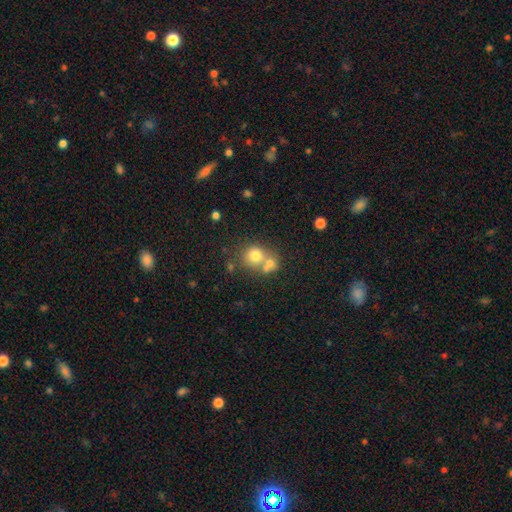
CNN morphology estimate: The model was most divided on "merging": merger: 50%, none: 38%, minor disturbance: 7%, major disturbance: 4%. More confident: how rounded — round (80%); smooth or featured — smooth (72%).